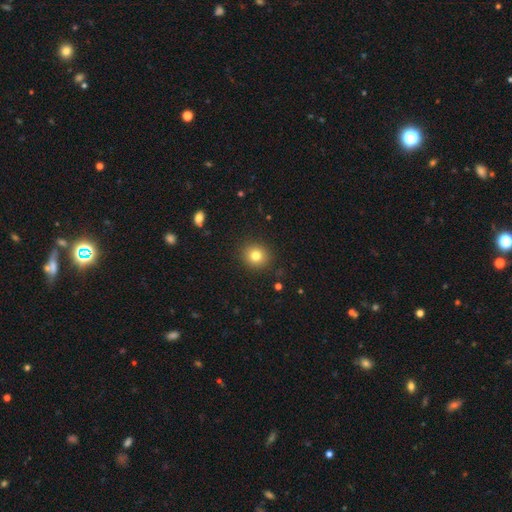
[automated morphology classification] Q: Smooth or featured?
A: smooth (79%); runner-up: star or artifact (12%)
Q: How rounded?
A: round (85%); runner-up: in between (14%)
Q: Merging?
A: none (90%); runner-up: minor disturbance (6%)